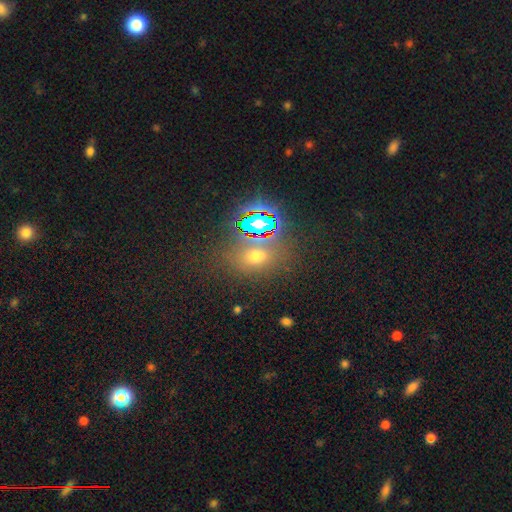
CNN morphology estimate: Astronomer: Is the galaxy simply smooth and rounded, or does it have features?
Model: smooth — 46% (runner-up: star or artifact, 43%).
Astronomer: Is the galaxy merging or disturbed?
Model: none — 69%.